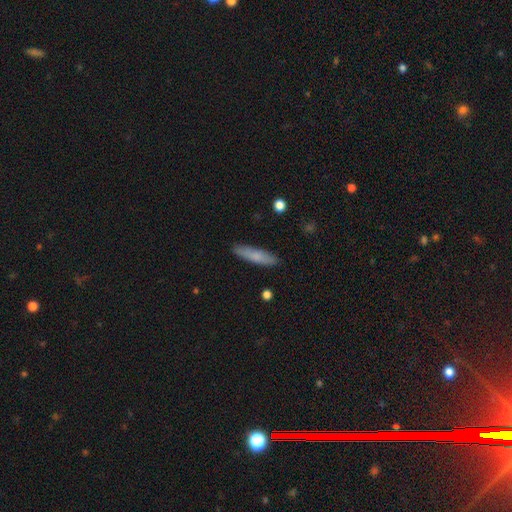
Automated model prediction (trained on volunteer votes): Smooth or featured? Predicted: smooth (p=0.79). How rounded? Predicted: cigar-shaped (p=0.77). Merging? Predicted: none (p=0.87).